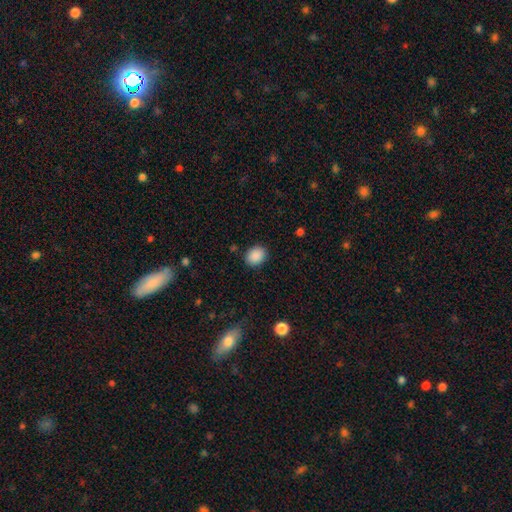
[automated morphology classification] This is clearly a smooth galaxy (89%). How rounded: possibly round (51%). Merging: clearly none (87%).